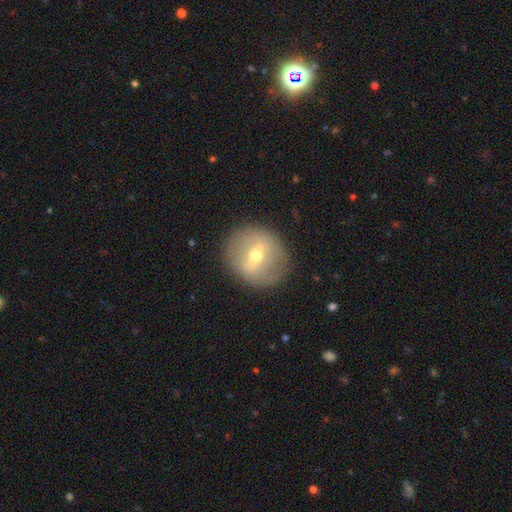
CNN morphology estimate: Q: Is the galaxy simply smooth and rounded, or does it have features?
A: featured or disk — 62%.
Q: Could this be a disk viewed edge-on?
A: no — 86%.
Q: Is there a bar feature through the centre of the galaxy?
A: strong — 51%.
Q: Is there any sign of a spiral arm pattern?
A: no — 77%.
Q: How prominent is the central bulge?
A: moderate — 66%.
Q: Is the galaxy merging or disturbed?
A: none — 84%.